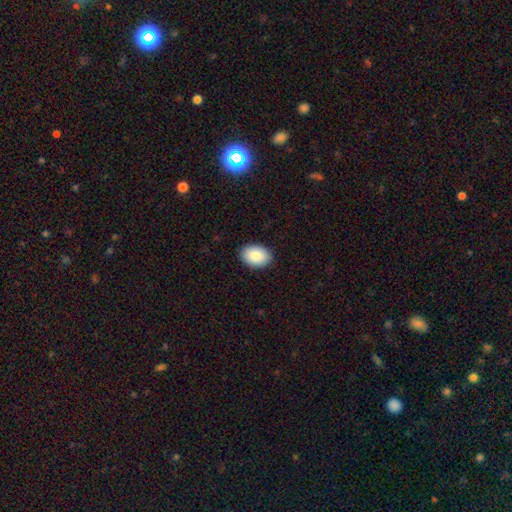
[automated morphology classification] A smooth galaxy with no disk features (87%) that is in between round and cigar-shaped (75%). Merging: none (90%).